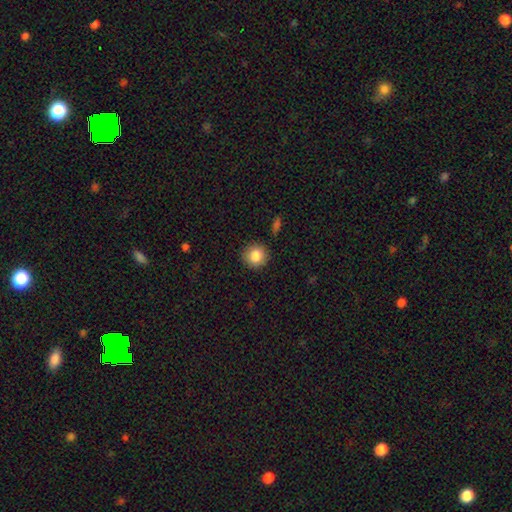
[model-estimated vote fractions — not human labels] Morphology: type=smooth (85%); roundness=round (91%); merging=none (90%).